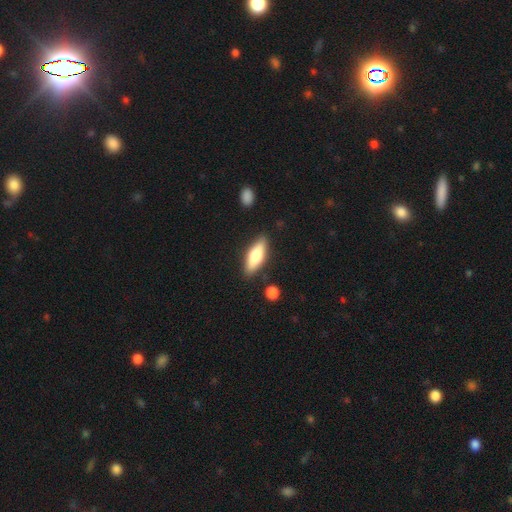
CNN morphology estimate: The model was most divided on "how rounded": in between: 58%, cigar-shaped: 40%, round: 2%. More confident: merging — none (84%); smooth or featured — smooth (72%).